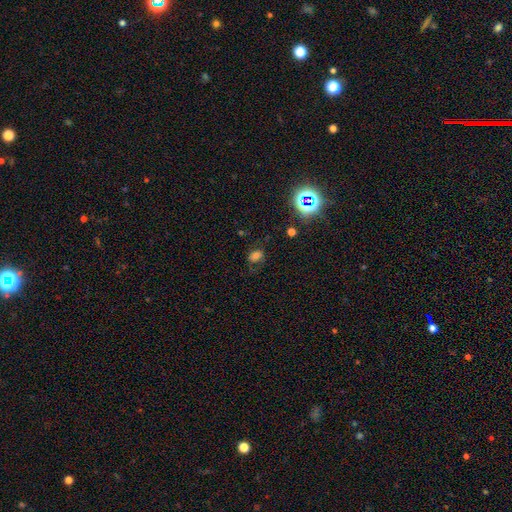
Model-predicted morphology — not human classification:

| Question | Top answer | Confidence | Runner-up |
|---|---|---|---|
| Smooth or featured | smooth | 64% | star or artifact (24%) |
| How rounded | in between | 73% | round (26%) |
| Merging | none | 65% | minor disturbance (21%) |